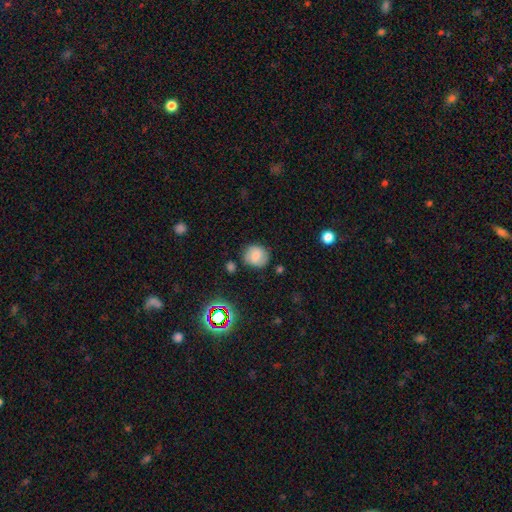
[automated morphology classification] A smooth galaxy with no disk features (58%) that is round (80%). Merging: none (78%).